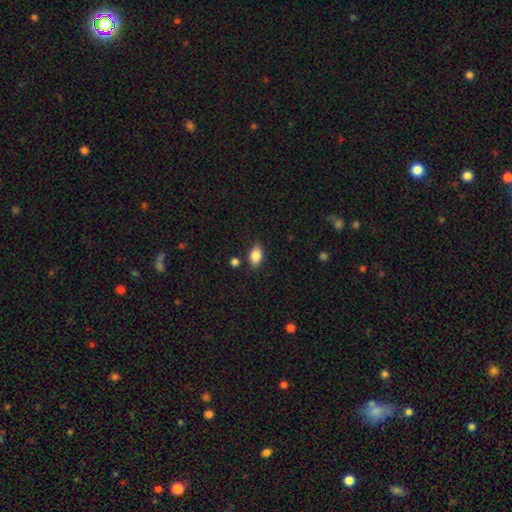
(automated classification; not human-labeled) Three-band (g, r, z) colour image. It shows a smooth galaxy with no disk features (85%) that is in between round and cigar-shaped (87%). Merging: none (80%).